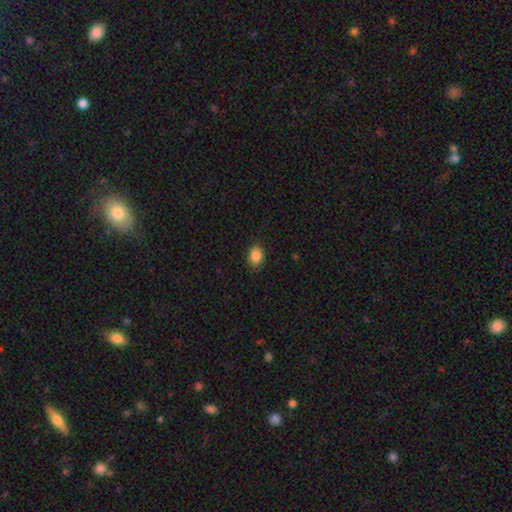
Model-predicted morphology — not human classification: This appears to be a smooth galaxy with no disk features (87%) that is in between round and cigar-shaped (63%). Merging: none (87%).